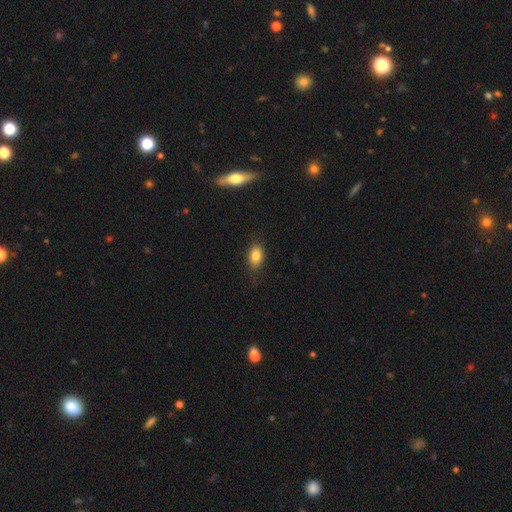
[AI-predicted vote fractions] This appears to be a smooth galaxy with no disk features (84%) that is in between round and cigar-shaped (85%). Merging: none (80%).